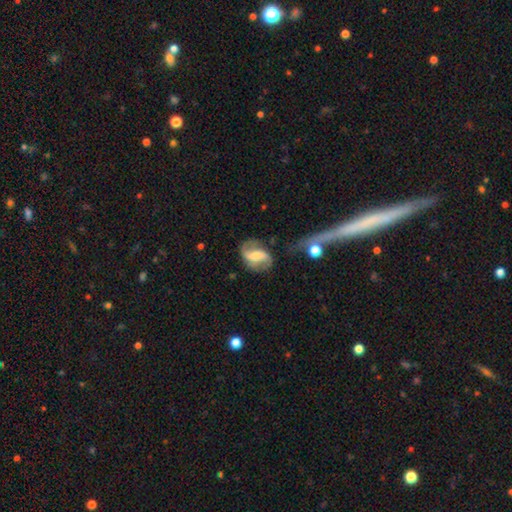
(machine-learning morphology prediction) Smooth or featured? featured or disk (74%)
Edge-on disk? no (96%)
Bar? weak (40%)
Spiral arms? yes (91%)
Spiral winding? loose (51%)
Spiral arm count? 2 (88%)
Bulge size? moderate (44%)
Merging? none (63%)